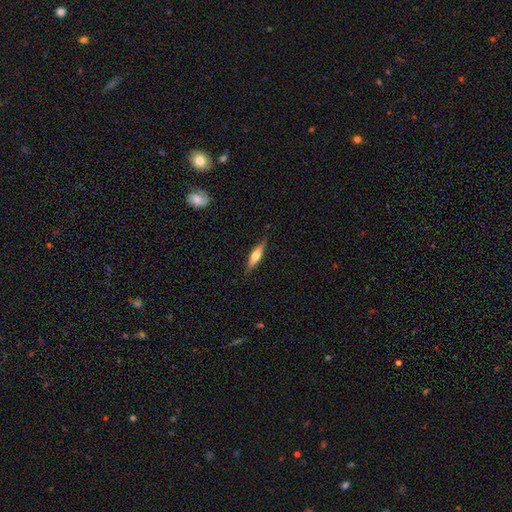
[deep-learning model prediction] A smooth galaxy with no disk features (47%, tied with featured or disk). Merging: none (86%).